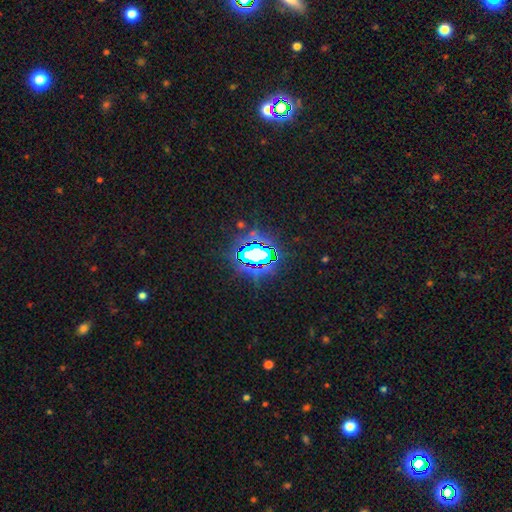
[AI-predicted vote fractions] This is likely a star or artifact rather than a galaxy (74%).